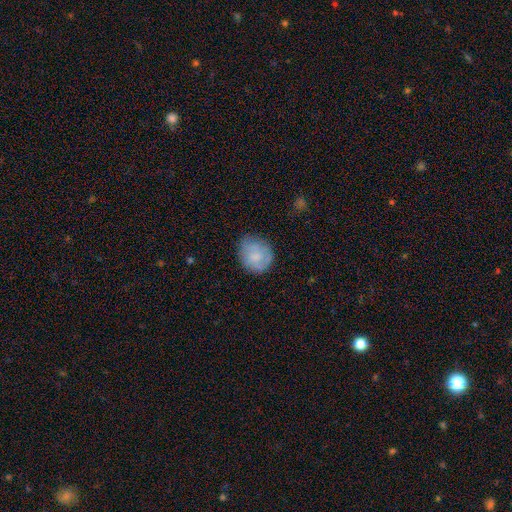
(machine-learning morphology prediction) smooth-or-featured: smooth: 75% | featured or disk: 18% | star or artifact: 7%
  how-rounded: round: 70% | in between: 30% | cigar-shaped: 1%
  merging: none: 70% | minor disturbance: 23% | major disturbance: 6% | merger: 1%